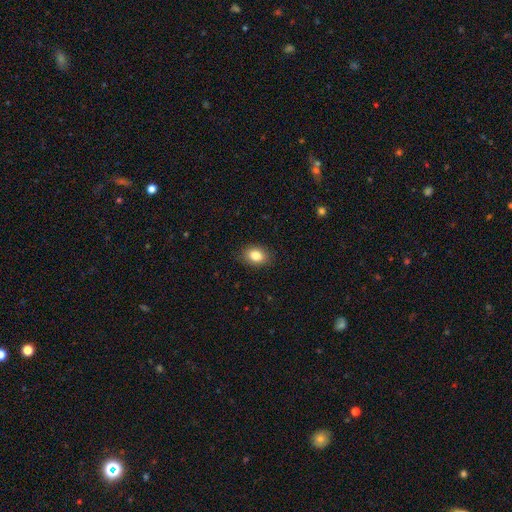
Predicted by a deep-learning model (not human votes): Overall: smooth (83%). How rounded: in between (69%). Merging: none (88%).